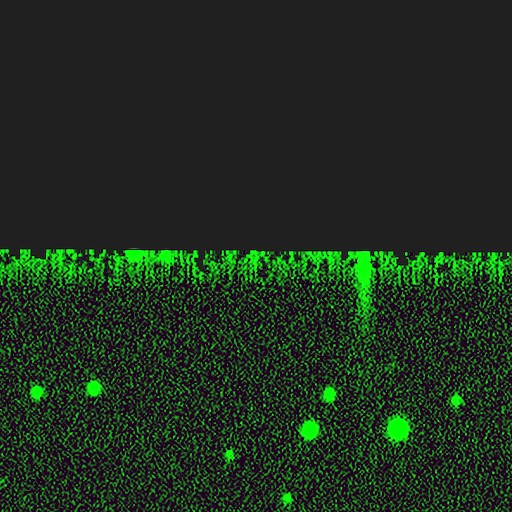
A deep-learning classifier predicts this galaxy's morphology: Overall: star or artifact (85%).